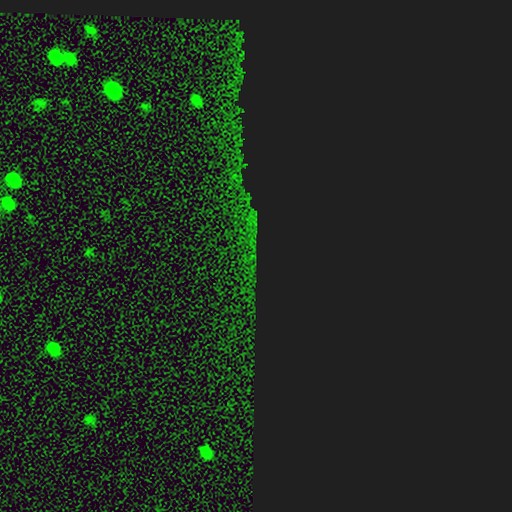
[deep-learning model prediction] The model was most divided on "smooth or featured": star or artifact: 86%, smooth: 7%, featured or disk: 7%.